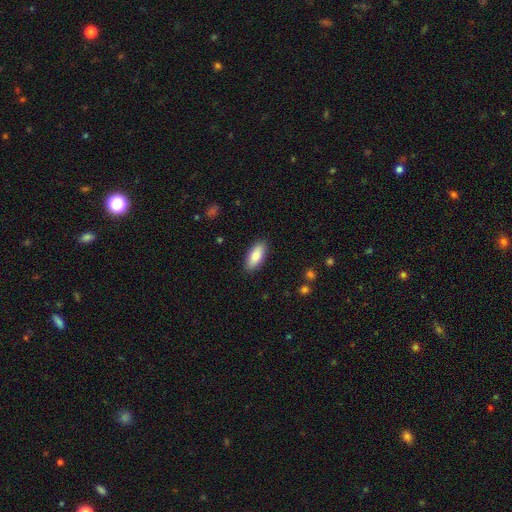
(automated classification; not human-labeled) Smooth or featured?
  - smooth: 83% *
  - featured or disk: 11%
  - star or artifact: 6%
How rounded?
  - in between: 85% *
  - cigar-shaped: 13%
  - round: 2%
Merging?
  - none: 89% *
  - minor disturbance: 8%
  - major disturbance: 2%
  - merger: 1%